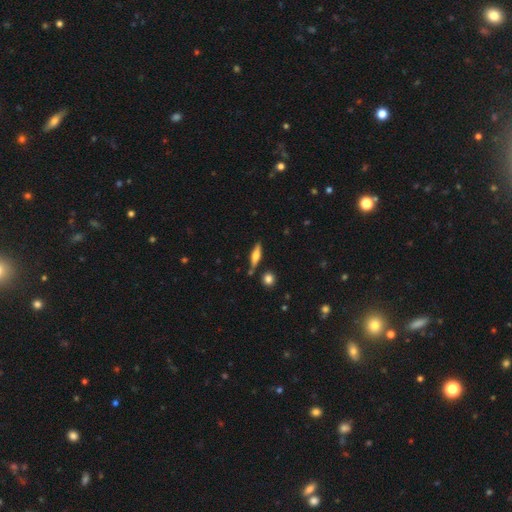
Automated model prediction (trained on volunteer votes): The model was most divided on "smooth or featured": featured or disk: 48%, smooth: 45%, star or artifact: 7%. More confident: merging — none (81%).